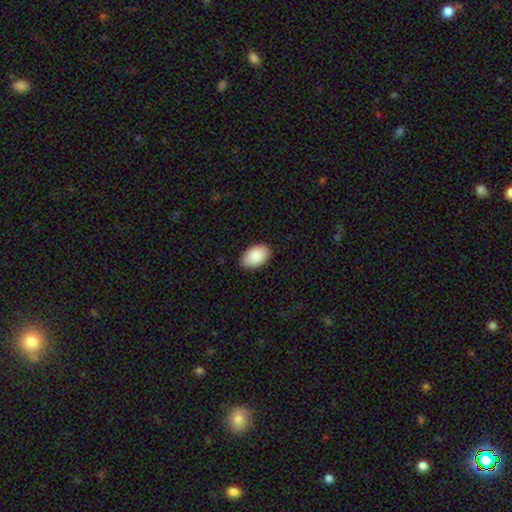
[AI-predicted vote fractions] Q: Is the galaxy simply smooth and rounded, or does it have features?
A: smooth — 90%.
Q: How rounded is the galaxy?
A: in between — 93%.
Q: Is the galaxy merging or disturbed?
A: none — 83%.